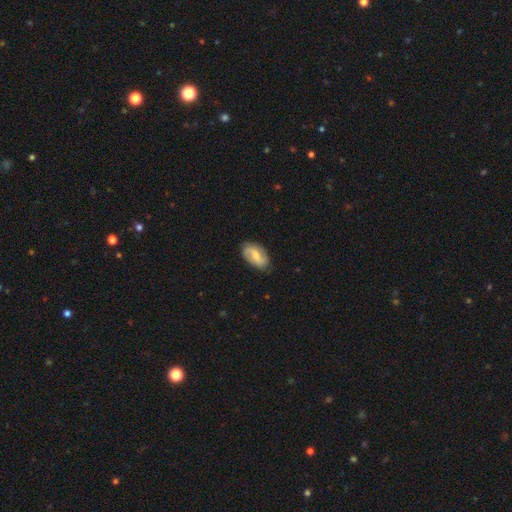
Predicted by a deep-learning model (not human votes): featured or disk 56%, smooth 38%, star or artifact 6%. Down the decision tree: edge-on disk — no (96%); bar — weak (53%); spiral arms — yes (89%); bulge size — moderate (43%); merging — none (80%).